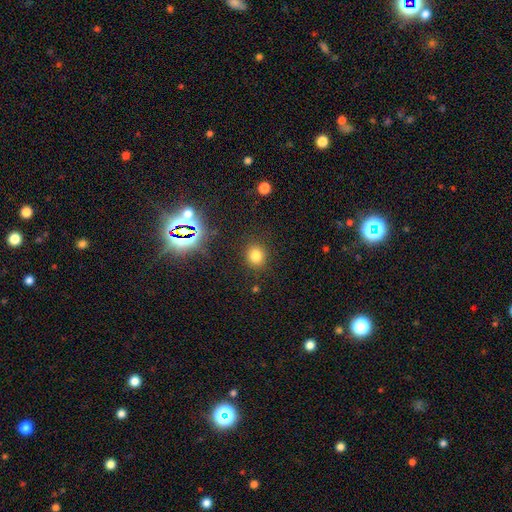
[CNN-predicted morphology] Smooth or featured: smooth — 76% (star or artifact — 17%)
How rounded: round — 81% (in between — 18%)
Merging: none — 87% (minor disturbance — 8%)